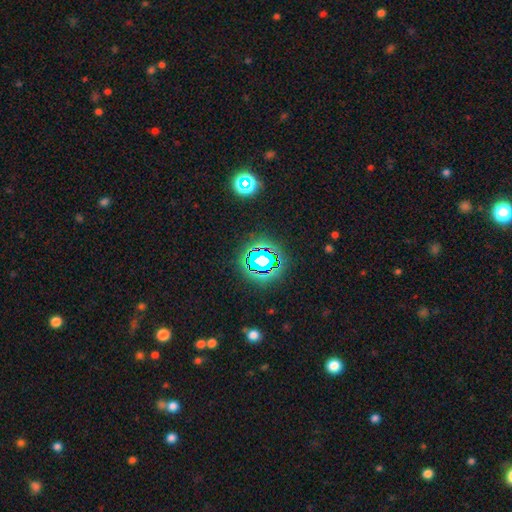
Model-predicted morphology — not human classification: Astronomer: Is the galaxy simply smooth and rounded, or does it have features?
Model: star or artifact — 80%.